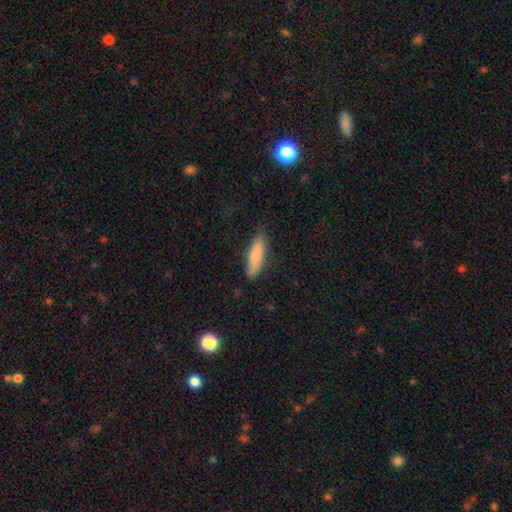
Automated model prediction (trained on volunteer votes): A smooth galaxy with no disk features (81%) that is cigar-shaped (67%).

Vote fractions:
- Smooth or featured? smooth: 81% / featured or disk: 13% / star or artifact: 6%
- How rounded? cigar-shaped: 67% / in between: 32% / round: 2%
- Merging? none: 79% / minor disturbance: 16% / major disturbance: 3% / merger: 1%